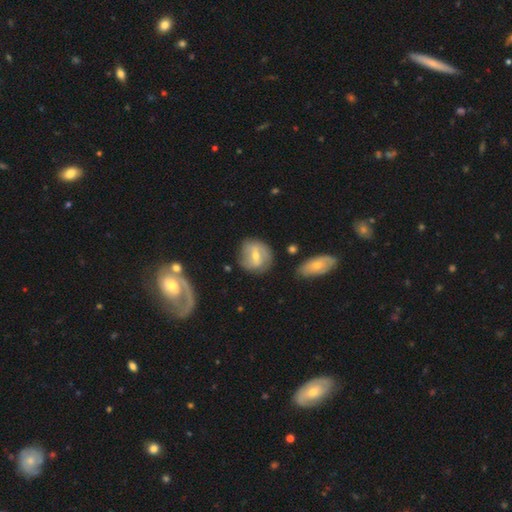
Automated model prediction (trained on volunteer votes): Morphology: type=featured or disk (57%); edge-on=no (93%); bar=weak (49%); spiral arms=yes (67%); bulge=moderate (53%); merging=none (73%).